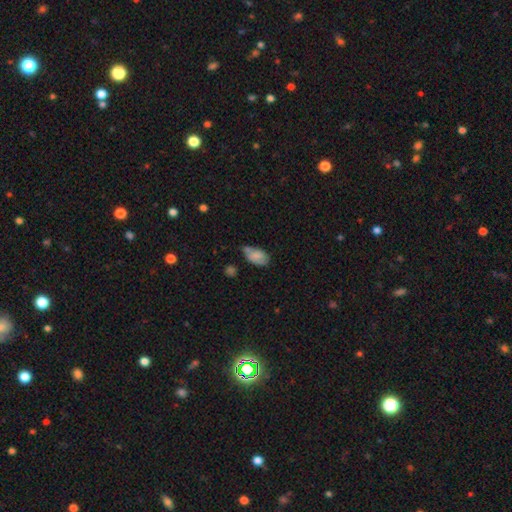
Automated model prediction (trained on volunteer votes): Smooth or featured: smooth — 75% (featured or disk — 17%)
How rounded: in between — 93% (round — 5%)
Merging: none — 44% (minor disturbance — 37%)